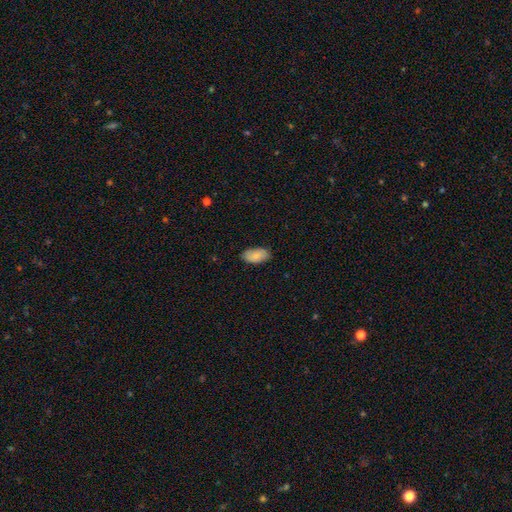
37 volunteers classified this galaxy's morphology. Smooth or featured? 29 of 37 (78%) said smooth. How rounded? 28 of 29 (97%) said in between. Merging? 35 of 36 (97%) said none.